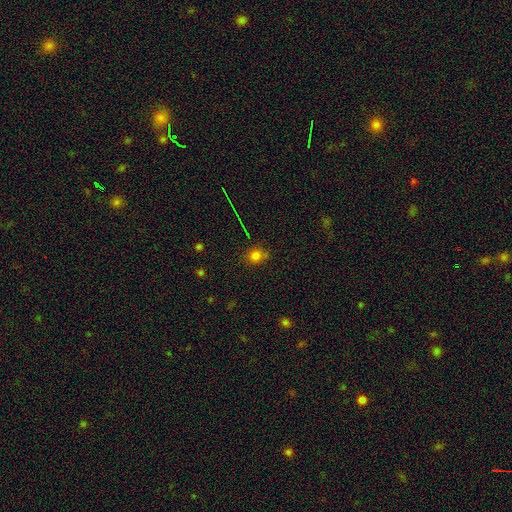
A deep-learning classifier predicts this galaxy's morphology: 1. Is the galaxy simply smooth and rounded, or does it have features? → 76% smooth, 18% star or artifact, 6% featured or disk.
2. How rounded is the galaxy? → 75% round, 24% in between, 1% cigar-shaped.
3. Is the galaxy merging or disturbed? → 76% none, 17% minor disturbance, 4% major disturbance, 2% merger.